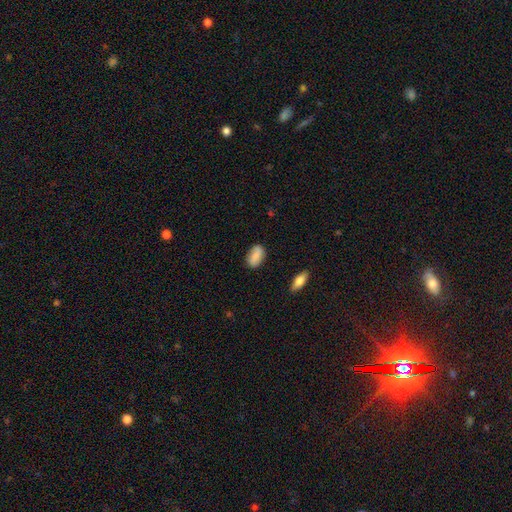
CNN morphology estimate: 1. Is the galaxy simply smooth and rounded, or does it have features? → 81% smooth, 12% featured or disk, 7% star or artifact.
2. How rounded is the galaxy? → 90% in between, 6% round, 4% cigar-shaped.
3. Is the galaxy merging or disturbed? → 81% none, 14% minor disturbance, 3% major disturbance, 2% merger.